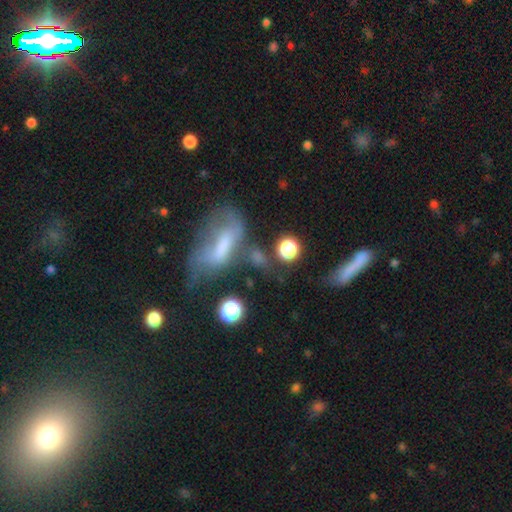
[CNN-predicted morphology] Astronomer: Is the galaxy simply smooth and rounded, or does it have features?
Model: smooth — 48% (runner-up: featured or disk, 37%).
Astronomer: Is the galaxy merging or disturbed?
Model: none — 32% (runner-up: major disturbance, 30%).